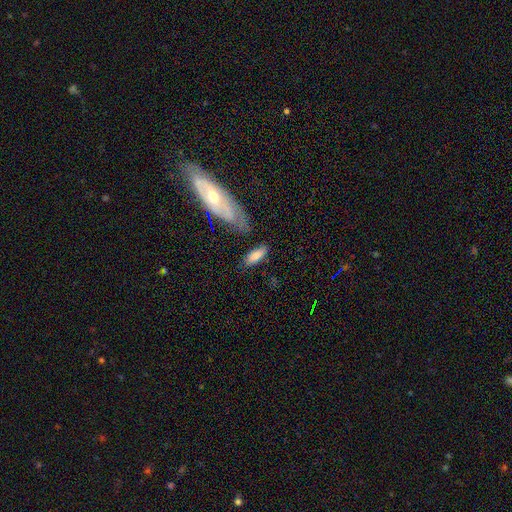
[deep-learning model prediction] Smooth or featured? smooth (78%)
How rounded? in between (71%)
Merging? none (69%)